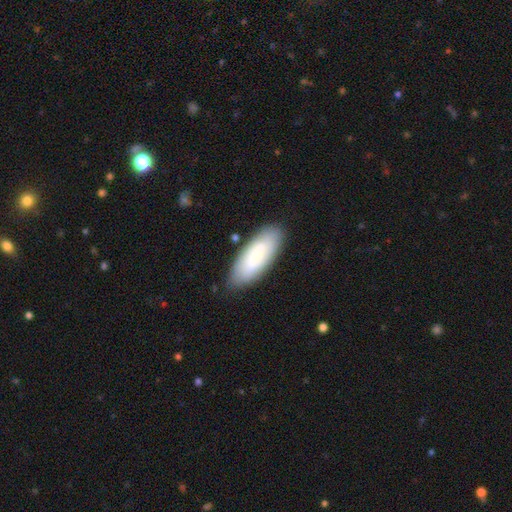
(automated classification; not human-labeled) smooth_or_featured: smooth (p=0.66) [alt: featured or disk p=0.27]
how_rounded: in between (p=0.75) [alt: cigar-shaped p=0.23]
merging: none (p=0.83) [alt: minor disturbance p=0.13]